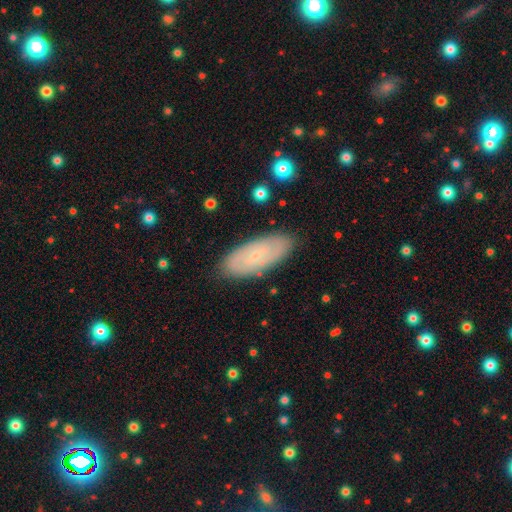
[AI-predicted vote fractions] Smooth or featured? featured or disk (54%)
Edge-on disk? no (87%)
Merging? none (84%)